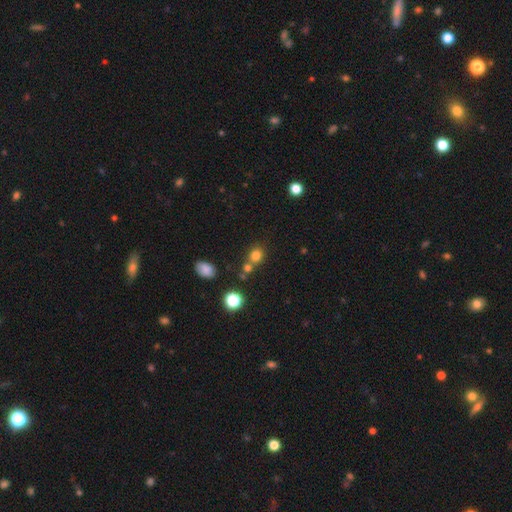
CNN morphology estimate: This is likely a smooth galaxy (77%). How rounded: likely round (76%). Merging: likely none (62%).